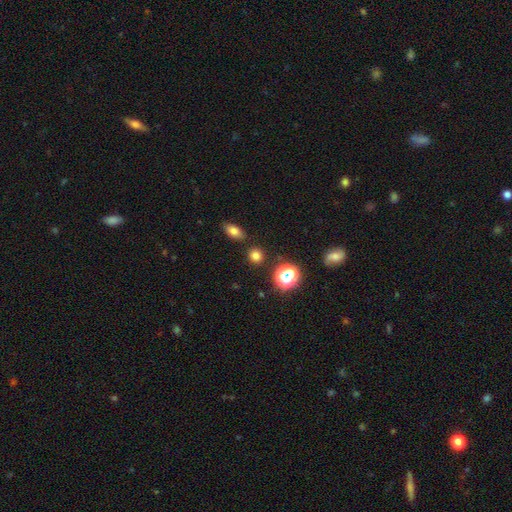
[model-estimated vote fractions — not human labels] smooth-or-featured: smooth: 74% | star or artifact: 20% | featured or disk: 6%
  how-rounded: round: 84% | in between: 15% | cigar-shaped: 1%
  merging: none: 86% | minor disturbance: 8% | merger: 4% | major disturbance: 3%